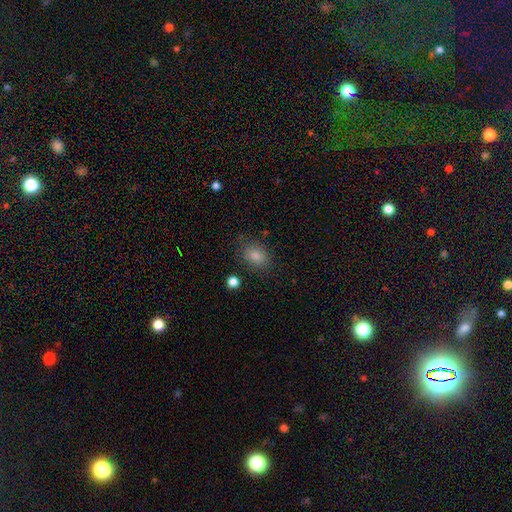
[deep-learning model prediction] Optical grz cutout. It shows a smooth galaxy with no disk features (84%) that is in between round and cigar-shaped (67%). Merging: none (78%).